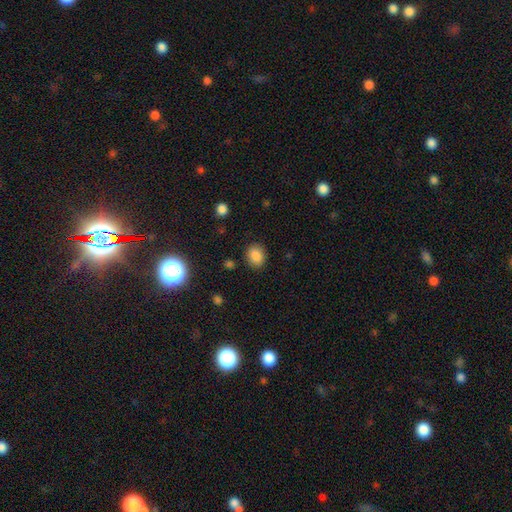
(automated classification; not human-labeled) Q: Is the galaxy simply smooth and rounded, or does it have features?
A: smooth — 85%.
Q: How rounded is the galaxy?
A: in between — 51%.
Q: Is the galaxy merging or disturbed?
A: none — 85%.